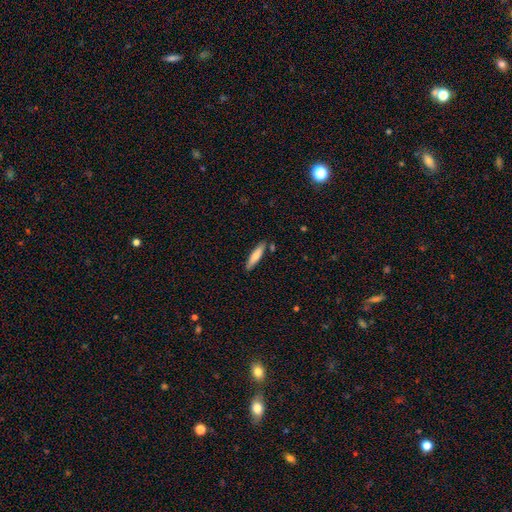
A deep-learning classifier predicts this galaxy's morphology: A smooth galaxy with no disk features (75%) that is cigar-shaped (78%).

Vote fractions:
- Smooth or featured? smooth: 75% / featured or disk: 20% / star or artifact: 6%
- How rounded? cigar-shaped: 78% / in between: 21% / round: 1%
- Merging? none: 84% / minor disturbance: 11% / merger: 4% / major disturbance: 2%